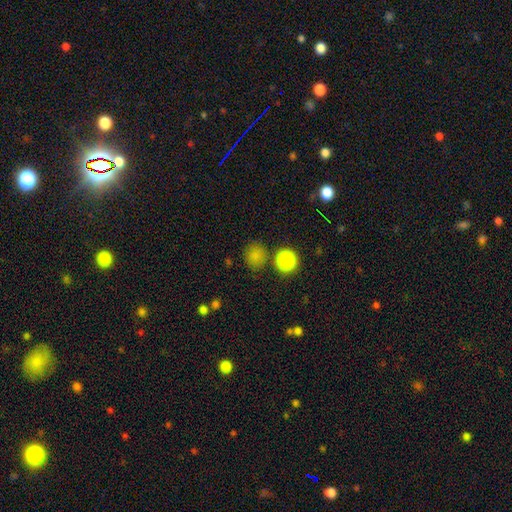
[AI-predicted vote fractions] Smooth or featured?
  - smooth: 77% *
  - star or artifact: 18%
  - featured or disk: 5%
How rounded?
  - round: 83% *
  - in between: 16%
  - cigar-shaped: 1%
Merging?
  - none: 80% *
  - minor disturbance: 11%
  - merger: 5%
  - major disturbance: 4%